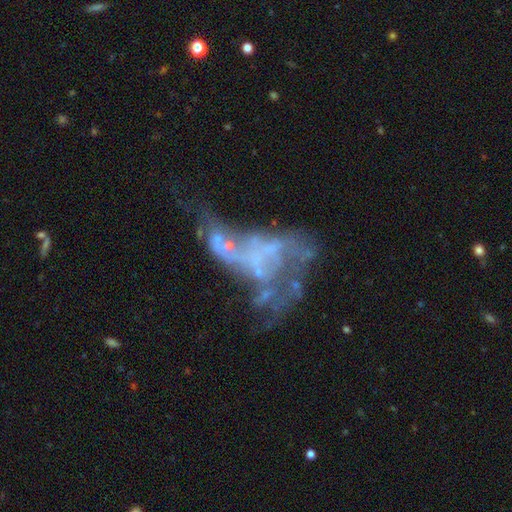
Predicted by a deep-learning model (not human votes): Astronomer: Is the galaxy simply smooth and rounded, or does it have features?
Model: featured or disk — 69%.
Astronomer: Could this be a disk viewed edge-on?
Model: no — 97%.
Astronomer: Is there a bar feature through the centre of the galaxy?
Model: no — 89%.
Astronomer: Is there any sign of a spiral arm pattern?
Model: no — 86%.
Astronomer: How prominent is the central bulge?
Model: none — 80%.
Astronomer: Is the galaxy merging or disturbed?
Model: major disturbance — 38% (runner-up: merger, 33%).